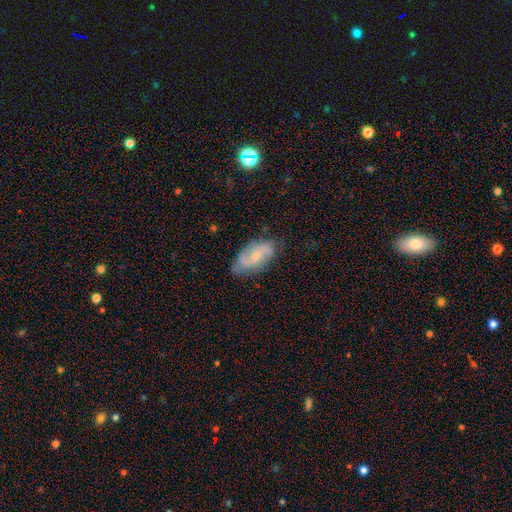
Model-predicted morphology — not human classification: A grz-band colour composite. It shows a featured or disk galaxy (66%) with no bar (50%), 2 (79%) medium (43%) spiral arms (89%) and a small central bulge (54%). Merging: none (72%).